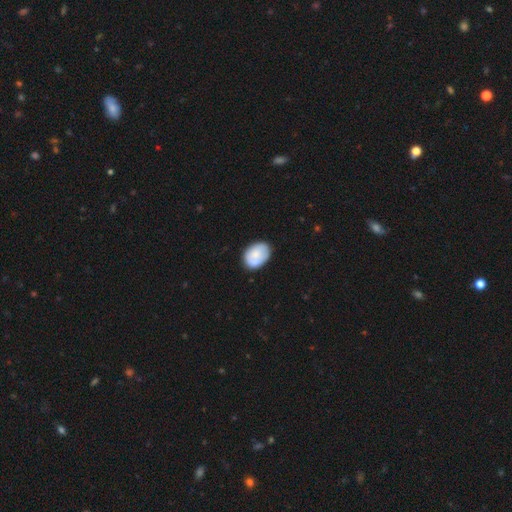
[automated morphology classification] Overall: smooth (72%). How rounded: in between (78%). Merging: none (68%).